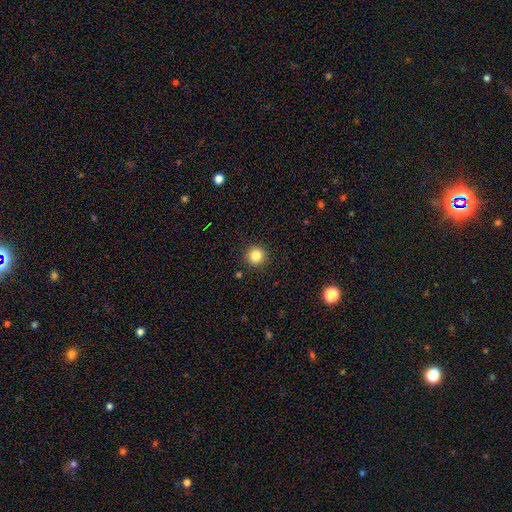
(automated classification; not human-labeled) Overall: smooth (84%). How rounded: round (94%). Merging: none (92%).